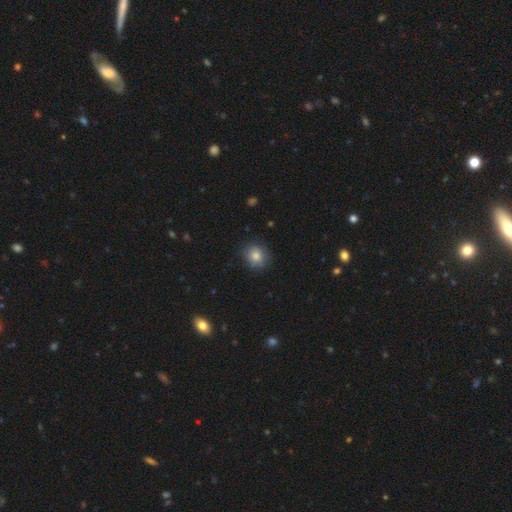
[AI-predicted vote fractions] Morphology: type=smooth (82%); roundness=round (78%); merging=none (81%).